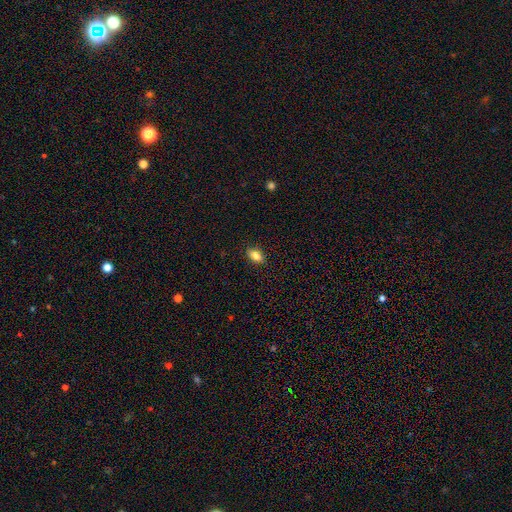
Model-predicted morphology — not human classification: Overall: smooth (80%). How rounded: in between (86%). Merging: none (89%).